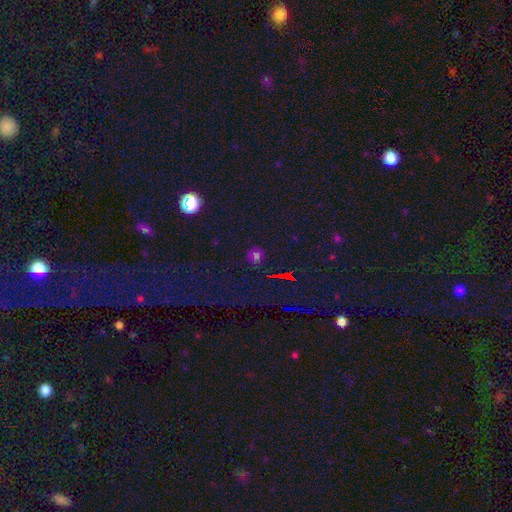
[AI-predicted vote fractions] The model was most divided on "smooth or featured": star or artifact: 49%, smooth: 42%, featured or disk: 9%.